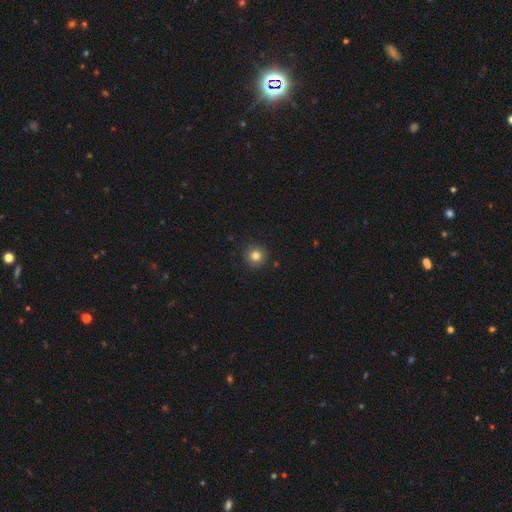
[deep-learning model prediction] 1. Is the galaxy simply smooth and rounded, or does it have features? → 81% smooth, 12% star or artifact, 7% featured or disk.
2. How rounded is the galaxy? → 94% round, 5% in between, 1% cigar-shaped.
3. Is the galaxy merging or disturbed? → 89% none, 8% minor disturbance, 2% major disturbance, 1% merger.